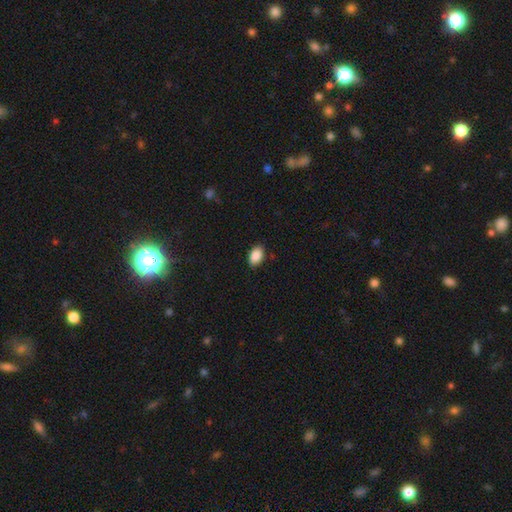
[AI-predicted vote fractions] Smooth or featured? smooth (90%)
How rounded? in between (89%)
Merging? none (87%)